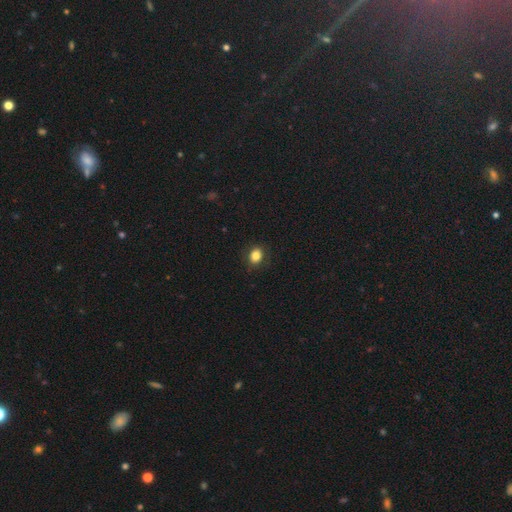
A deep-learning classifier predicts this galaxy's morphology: Smooth or featured? smooth (83%)
How rounded? in between (50%)
Merging? none (86%)